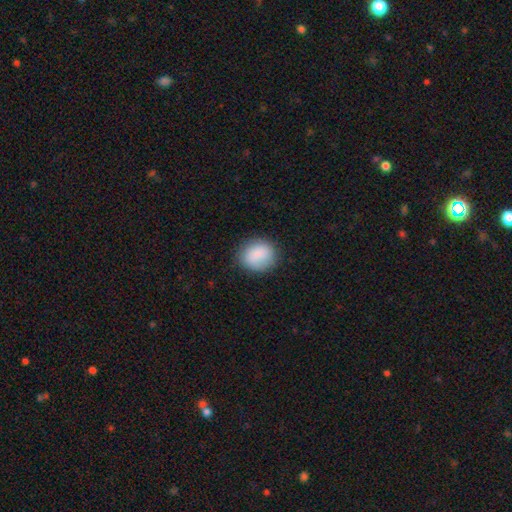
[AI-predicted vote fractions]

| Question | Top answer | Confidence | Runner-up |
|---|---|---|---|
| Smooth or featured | smooth | 85% | featured or disk (8%) |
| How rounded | round | 72% | in between (27%) |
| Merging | none | 82% | minor disturbance (13%) |